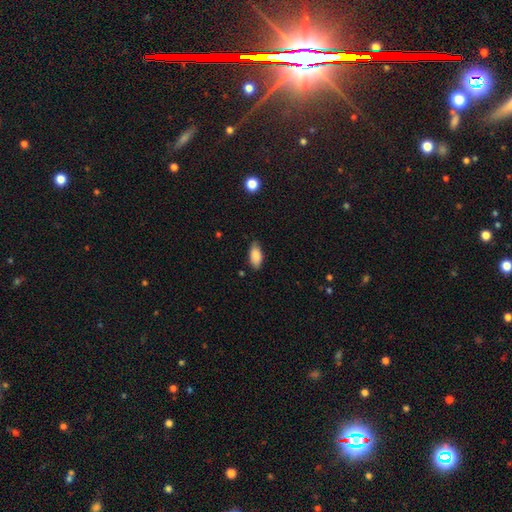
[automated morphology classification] smooth 88%, star or artifact 7%, featured or disk 6%. Down the decision tree: how rounded — in between (89%); merging — none (83%).